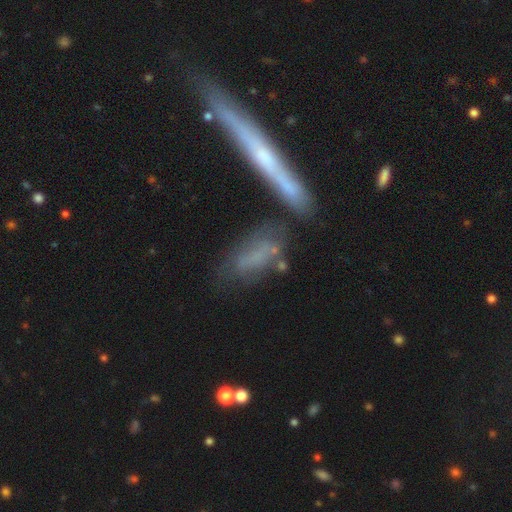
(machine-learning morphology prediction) Smooth or featured? Predicted: smooth (p=0.53). How rounded? Predicted: in between (p=0.49). Merging? Predicted: none (p=0.52).